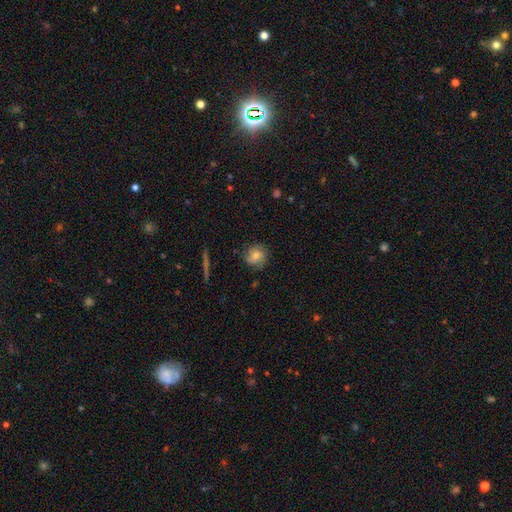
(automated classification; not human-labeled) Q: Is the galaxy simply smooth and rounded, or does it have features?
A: smooth — 61%.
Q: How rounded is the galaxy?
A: round — 87%.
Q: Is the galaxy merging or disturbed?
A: none — 75%.